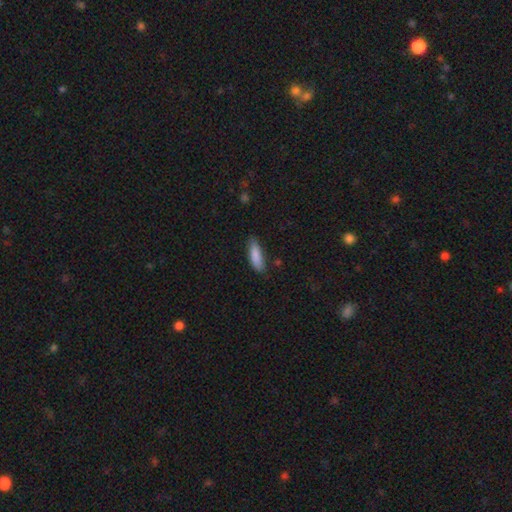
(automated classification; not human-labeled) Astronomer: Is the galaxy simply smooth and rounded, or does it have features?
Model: smooth — 87%.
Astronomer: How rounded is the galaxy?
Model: in between — 51% (runner-up: cigar-shaped, 48%).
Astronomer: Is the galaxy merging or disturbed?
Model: none — 74%.